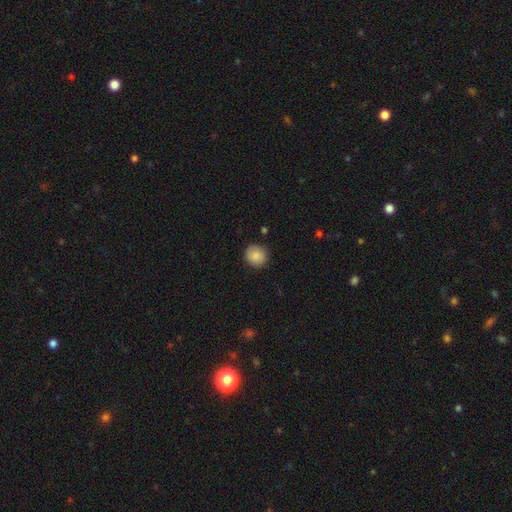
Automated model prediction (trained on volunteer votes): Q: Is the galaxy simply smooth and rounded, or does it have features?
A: smooth — 87%.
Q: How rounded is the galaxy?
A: round — 91%.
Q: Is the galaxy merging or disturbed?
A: none — 90%.